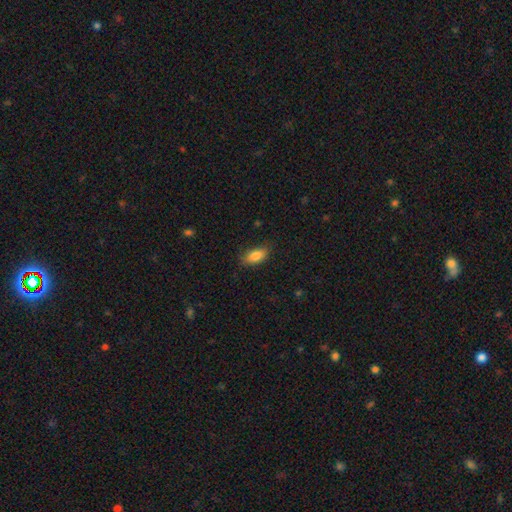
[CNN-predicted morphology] Q: Smooth or featured?
A: smooth (84%); runner-up: featured or disk (9%)
Q: How rounded?
A: in between (87%); runner-up: cigar-shaped (10%)
Q: Merging?
A: none (80%); runner-up: minor disturbance (16%)